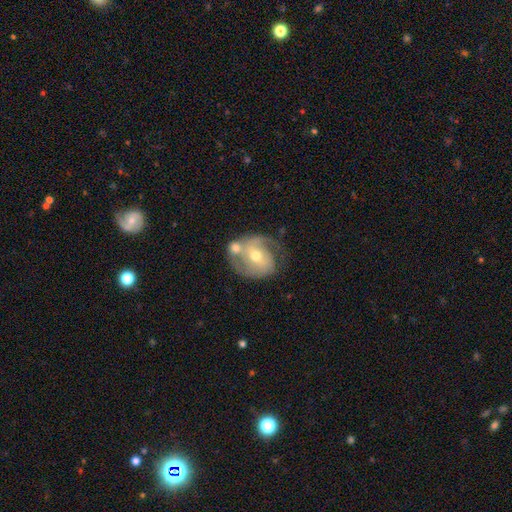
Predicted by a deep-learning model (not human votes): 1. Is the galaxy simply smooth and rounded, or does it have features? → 76% featured or disk, 18% smooth, 6% star or artifact.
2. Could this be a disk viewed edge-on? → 97% no, 3% yes.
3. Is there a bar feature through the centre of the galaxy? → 44% no, 41% weak, 15% strong.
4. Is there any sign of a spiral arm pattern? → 88% yes, 12% no.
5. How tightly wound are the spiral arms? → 45% medium, 37% tight, 18% loose.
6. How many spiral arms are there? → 68% 2, 13% can't tell, 11% 1, 5% 3, 1% 4, 1% more than 4.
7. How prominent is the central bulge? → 62% moderate, 33% small, 3% large, 1% none, 1% dominant.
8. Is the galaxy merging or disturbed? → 44% none, 27% merger, 18% minor disturbance, 11% major disturbance.